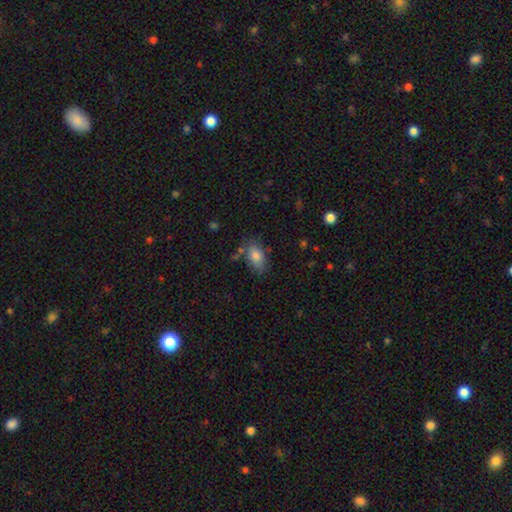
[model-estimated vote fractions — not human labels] Smooth or featured: smooth — 83% (featured or disk — 9%)
How rounded: in between — 90% (round — 8%)
Merging: none — 70% (minor disturbance — 19%)